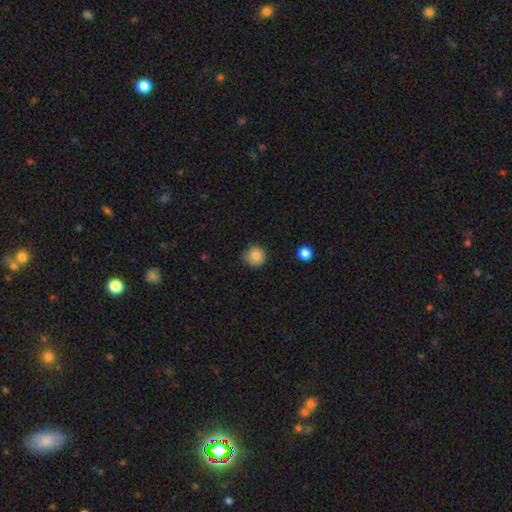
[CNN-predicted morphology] smooth_or_featured: smooth (p=0.82) [alt: star or artifact p=0.09]
how_rounded: round (p=0.91) [alt: in between p=0.08]
merging: none (p=0.79) [alt: minor disturbance p=0.17]